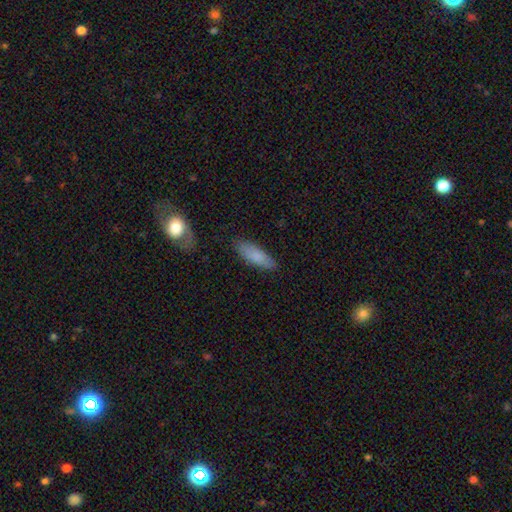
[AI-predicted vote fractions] Smooth or featured: smooth — 79% (featured or disk — 15%)
How rounded: in between — 54% (cigar-shaped — 44%)
Merging: none — 80% (minor disturbance — 14%)